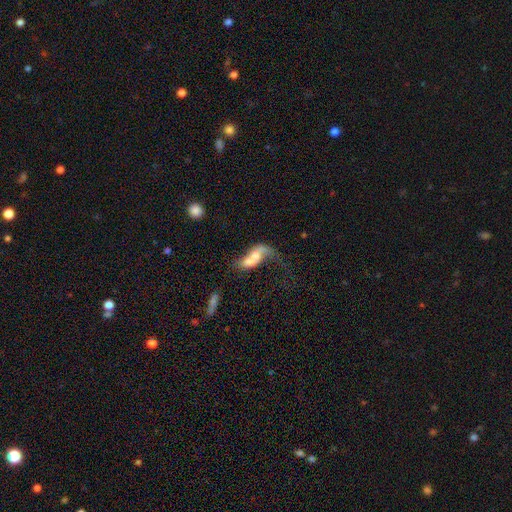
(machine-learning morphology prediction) Smooth or featured? Predicted: featured or disk (p=0.48). Merging? Predicted: merger (p=0.57).